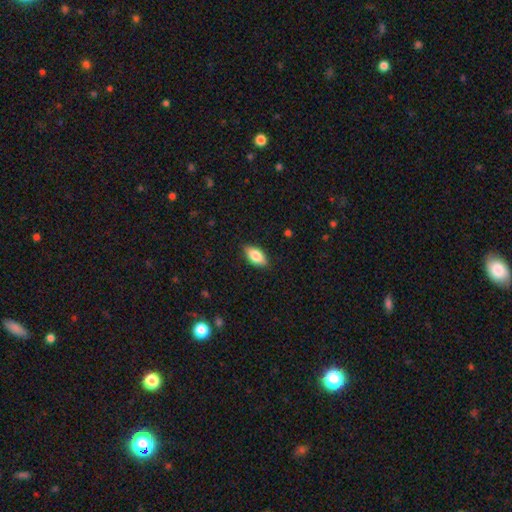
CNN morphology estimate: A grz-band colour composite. It shows a smooth galaxy with no disk features (80%) that is in between round and cigar-shaped (91%). Merging: none (86%).